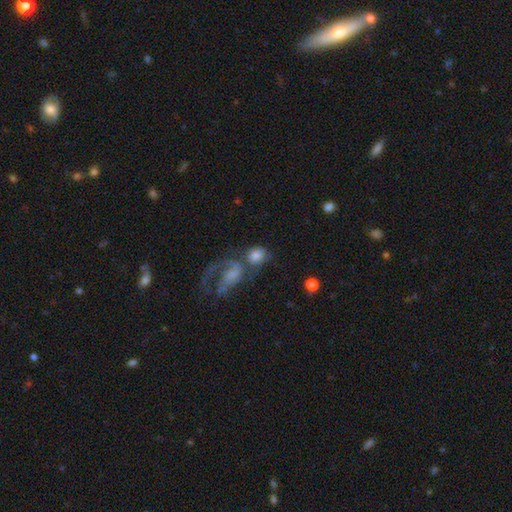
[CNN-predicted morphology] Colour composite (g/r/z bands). It shows a smooth galaxy with no disk features (61%) that is round (56%). Merging: merger (44%).